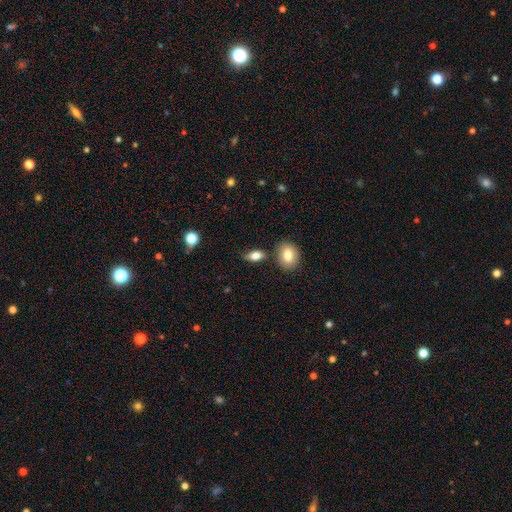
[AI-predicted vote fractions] Q: Smooth or featured?
A: smooth (80%); runner-up: featured or disk (13%)
Q: How rounded?
A: in between (80%); runner-up: round (12%)
Q: Merging?
A: none (69%); runner-up: minor disturbance (17%)